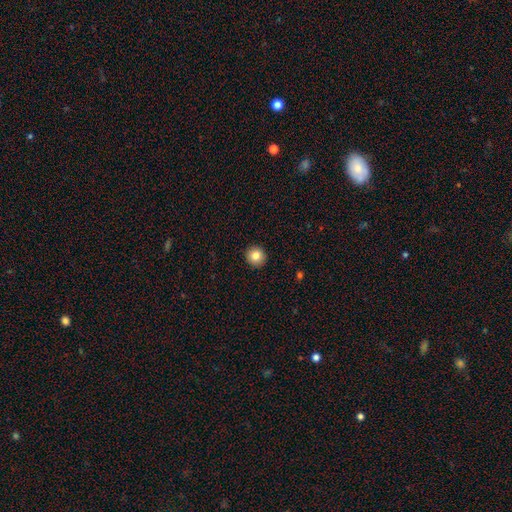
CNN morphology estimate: Overall: smooth (82%). How rounded: round (94%). Merging: none (93%).